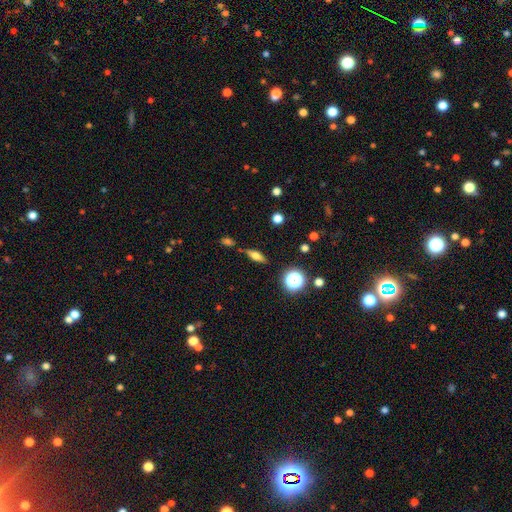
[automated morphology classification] smooth_or_featured: smooth (p=0.55) [alt: featured or disk p=0.32]
how_rounded: in between (p=0.54) [alt: cigar-shaped p=0.35]
merging: none (p=0.78) [alt: minor disturbance p=0.12]